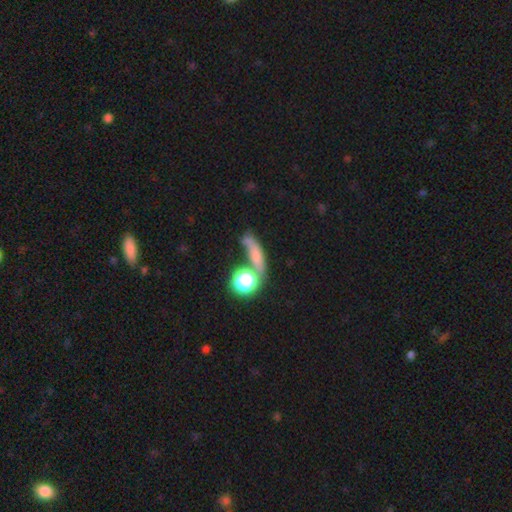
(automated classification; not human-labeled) smooth_or_featured: smooth (p=0.63) [alt: featured or disk p=0.19]
how_rounded: cigar-shaped (p=0.42) [alt: round p=0.29]
merging: none (p=0.45) [alt: merger p=0.24]